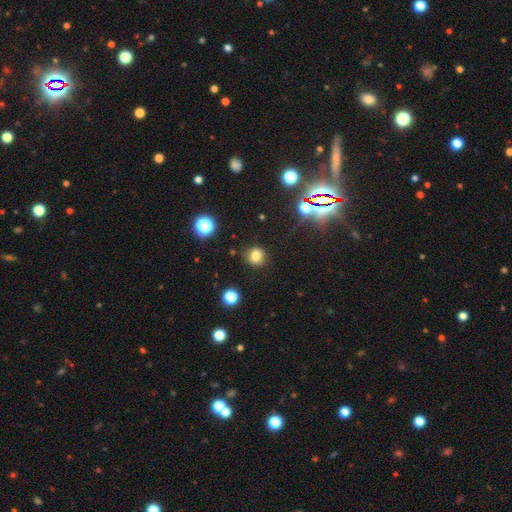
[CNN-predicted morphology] This appears to be a smooth galaxy with no disk features (78%) that is round (87%). Merging: none (86%).